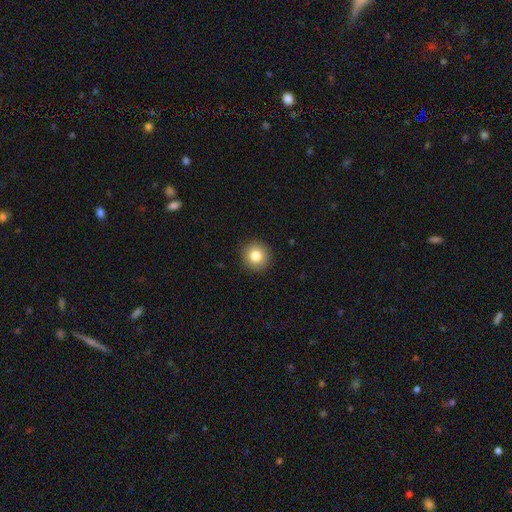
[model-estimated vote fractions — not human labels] Overall: smooth (82%). How rounded: round (95%). Merging: none (92%).